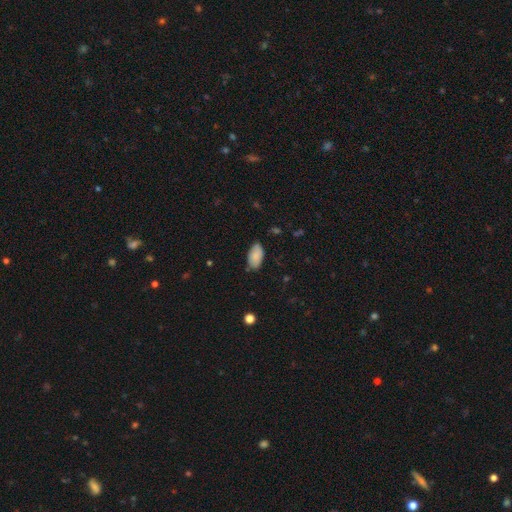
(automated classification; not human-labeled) Smooth or featured? smooth (86%)
How rounded? in between (95%)
Merging? none (78%)